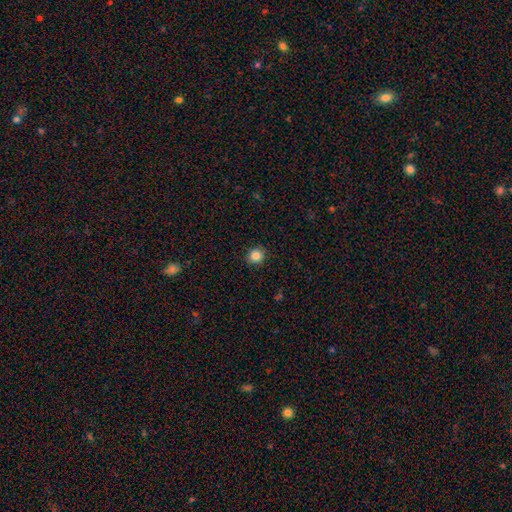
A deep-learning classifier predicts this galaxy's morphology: Smooth or featured: smooth — 86% (star or artifact — 10%)
How rounded: round — 86% (in between — 13%)
Merging: none — 90% (minor disturbance — 7%)